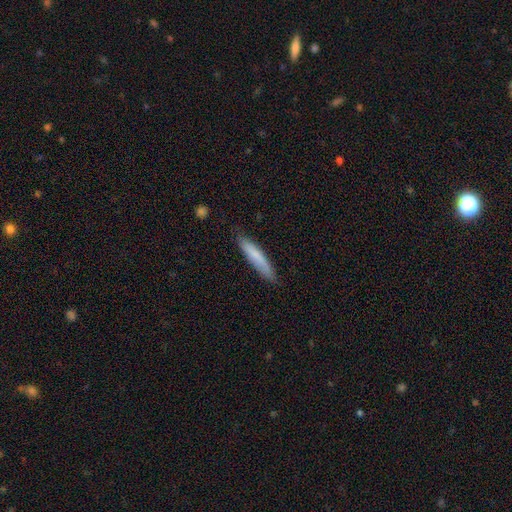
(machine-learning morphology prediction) Overall: smooth (76%). How rounded: cigar-shaped (89%). Merging: none (81%).